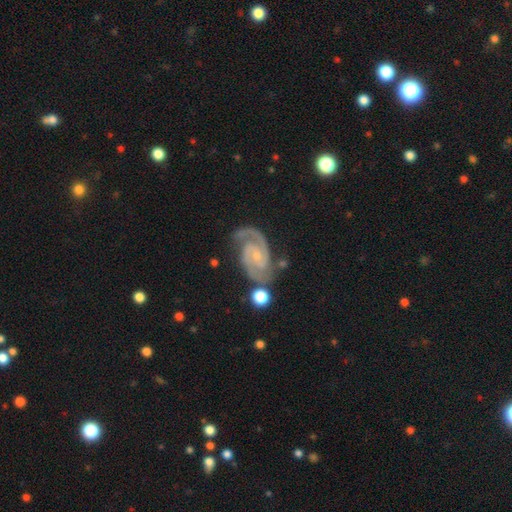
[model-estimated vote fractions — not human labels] The model was most divided on "spiral winding": tight: 48%, medium: 46%, loose: 6%. More confident: spiral arms — yes (99%); edge-on disk — no (98%); smooth or featured — featured or disk (92%); spiral arm count — 2 (91%); merging — none (75%); bulge size — small (74%); bar — no (51%).